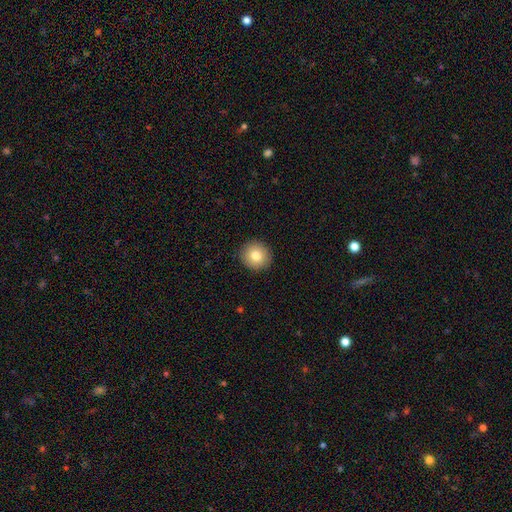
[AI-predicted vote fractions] Smooth or featured? Predicted: smooth (p=0.81). How rounded? Predicted: round (p=0.90). Merging? Predicted: none (p=0.91).